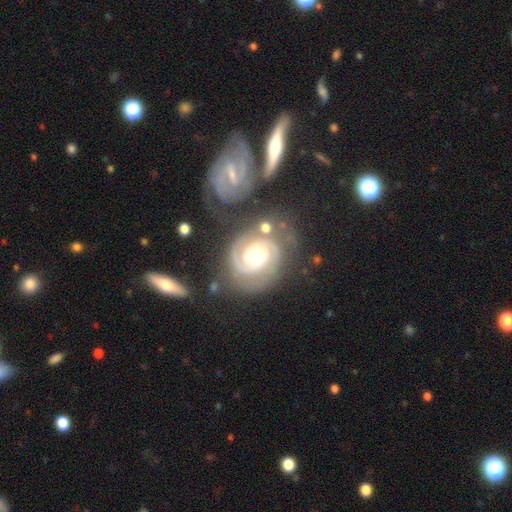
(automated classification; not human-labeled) featured or disk 89%, smooth 6%, star or artifact 5%. Down the decision tree: edge-on disk — no (98%); bar — no (71%); spiral arms — yes (97%); spiral arm count — 2 (83%); spiral winding — tight (70%); bulge size — moderate (66%); merging — none (62%).